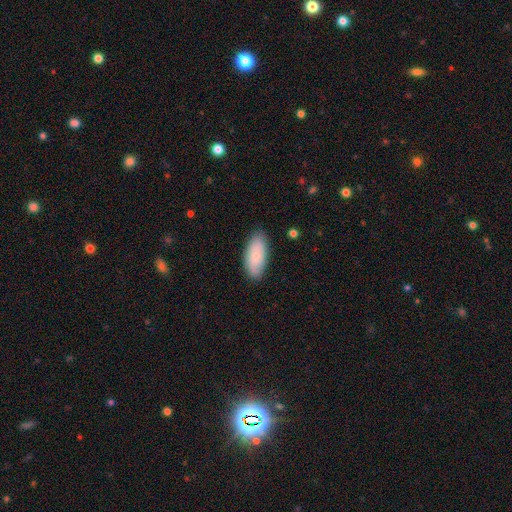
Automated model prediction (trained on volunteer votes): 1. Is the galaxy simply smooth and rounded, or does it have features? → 79% smooth, 14% featured or disk, 6% star or artifact.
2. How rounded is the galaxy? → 88% in between, 10% cigar-shaped, 2% round.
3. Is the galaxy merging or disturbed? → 83% none, 13% minor disturbance, 2% major disturbance, 1% merger.